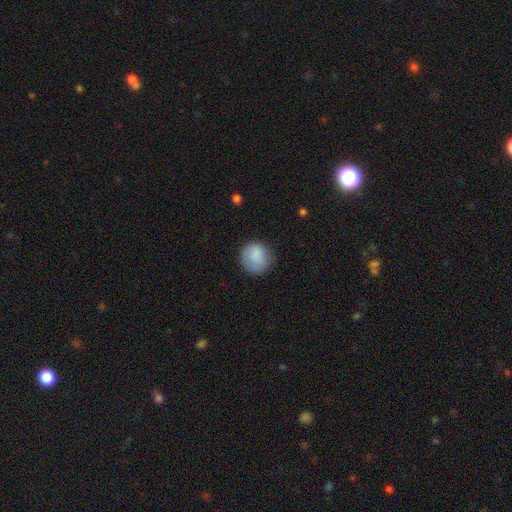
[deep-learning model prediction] Smooth or featured? Predicted: smooth (p=0.86). How rounded? Predicted: round (p=0.88). Merging? Predicted: none (p=0.76).